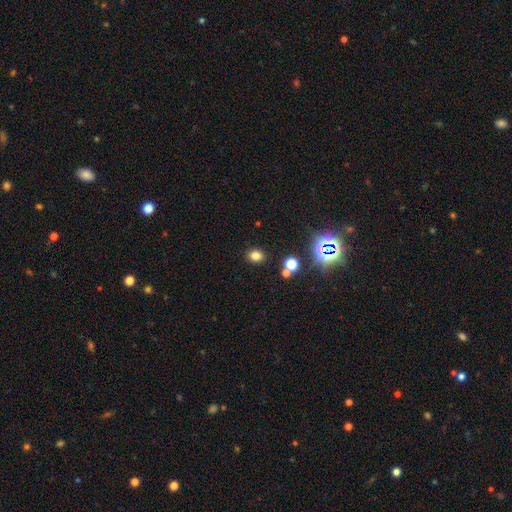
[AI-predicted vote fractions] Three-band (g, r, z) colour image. It shows a smooth galaxy with no disk features (77%) that is round (51%). Merging: none (85%).